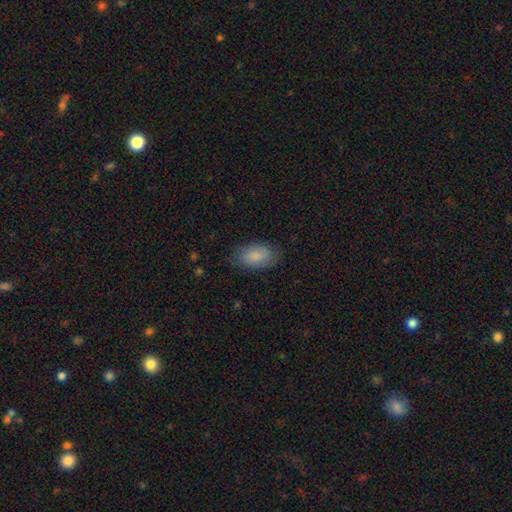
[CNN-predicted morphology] Overall: smooth (83%). How rounded: in between (93%). Merging: none (78%).